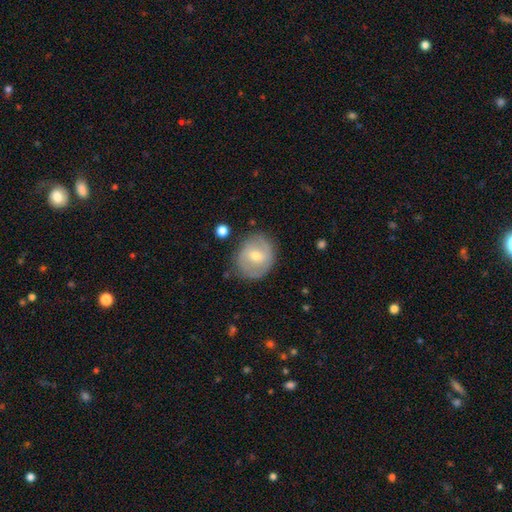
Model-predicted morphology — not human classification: Smooth or featured? featured or disk (54%)
Edge-on disk? no (96%)
Bar? weak (45%)
Spiral arms? yes (68%)
Bulge size? moderate (49%)
Merging? none (77%)